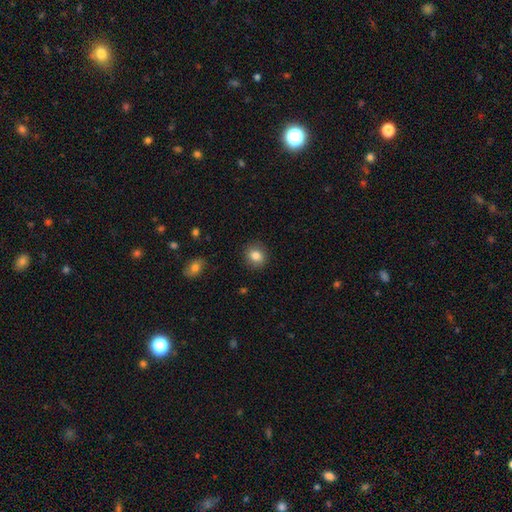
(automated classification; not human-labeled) smooth 84%, star or artifact 9%, featured or disk 7%. Down the decision tree: how rounded — round (77%); merging — none (90%).